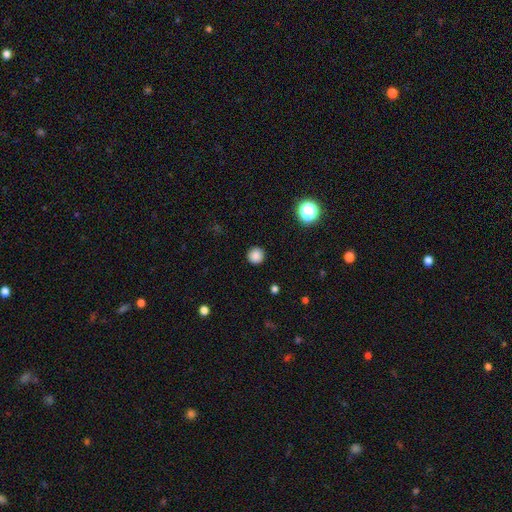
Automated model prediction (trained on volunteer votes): A smooth galaxy with no disk features (85%) that is round (95%). Merging: none (92%).